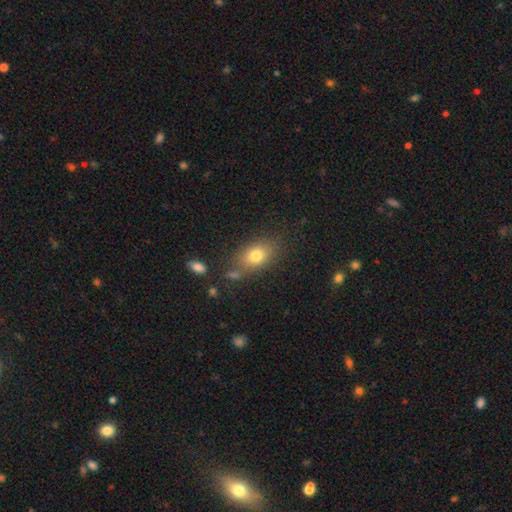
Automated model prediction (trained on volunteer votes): Overall: smooth (77%). How rounded: in between (74%). Merging: none (71%).